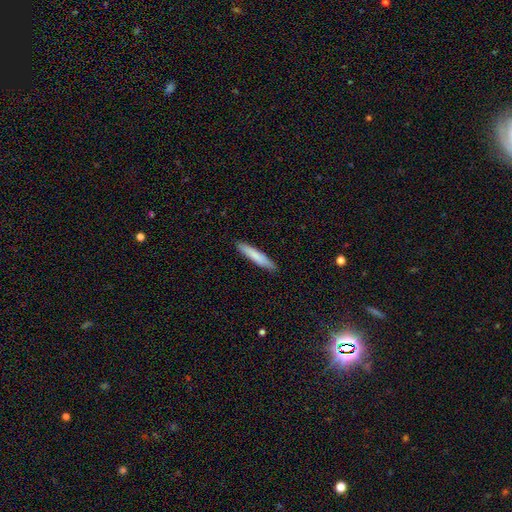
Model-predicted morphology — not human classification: This is likely a smooth galaxy (79%). How rounded: clearly cigar-shaped (92%). Merging: clearly none (90%).